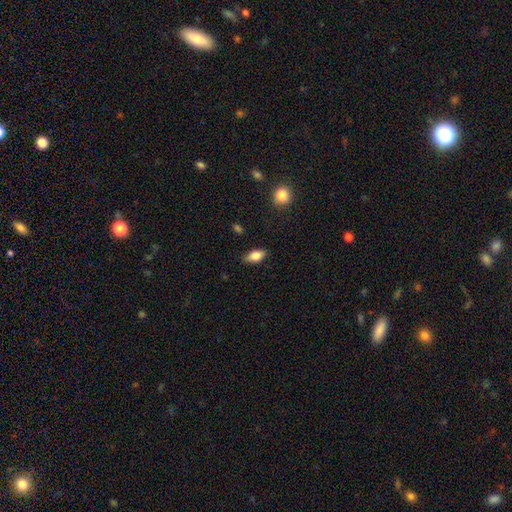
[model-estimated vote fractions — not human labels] A smooth galaxy with no disk features (76%) that is in between round and cigar-shaped (86%). Merging: none (83%).